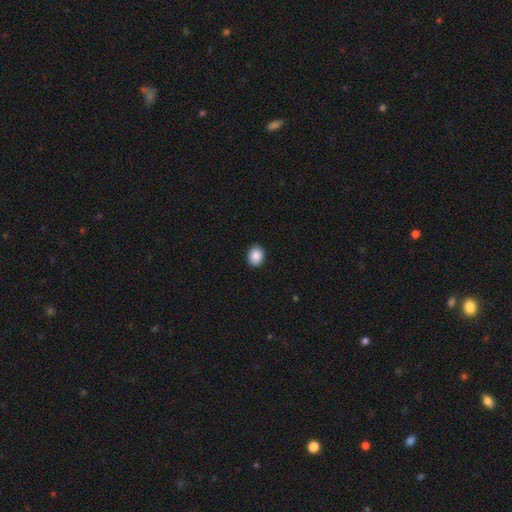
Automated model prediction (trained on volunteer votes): Smooth or featured? smooth (88%)
How rounded? in between (51%)
Merging? none (91%)